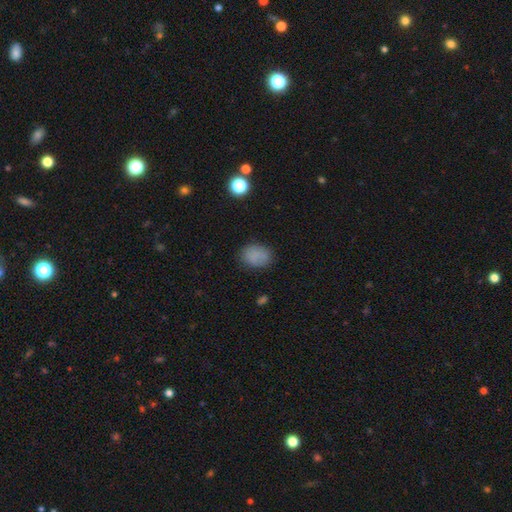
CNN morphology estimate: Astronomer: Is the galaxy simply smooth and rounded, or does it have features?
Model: smooth — 82%.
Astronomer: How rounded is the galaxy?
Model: in between — 67%.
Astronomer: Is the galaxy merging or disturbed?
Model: none — 81%.